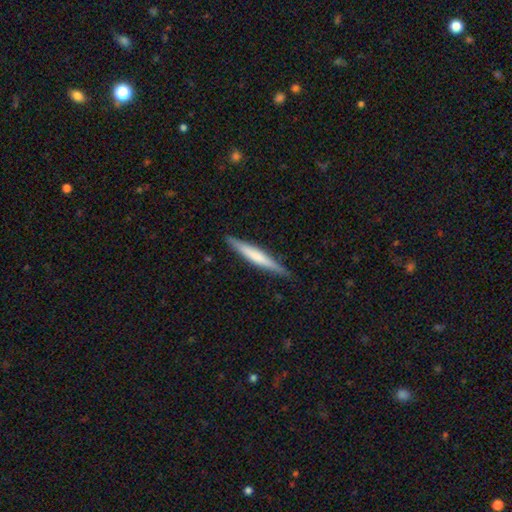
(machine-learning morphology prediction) Smooth or featured: smooth — 49% (featured or disk — 46%)
Merging: none — 89% (minor disturbance — 9%)